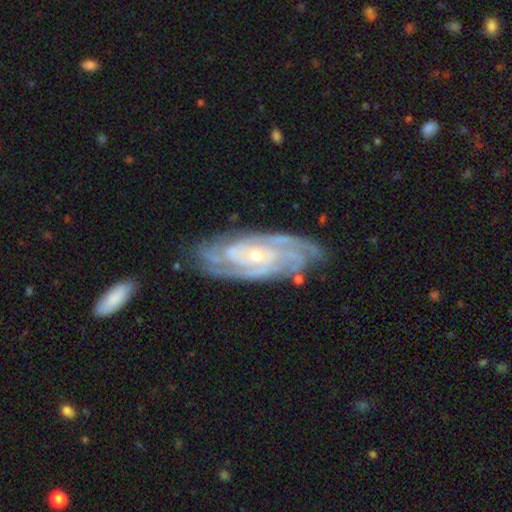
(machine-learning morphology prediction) Smooth or featured? featured or disk (91%)
Edge-on disk? no (94%)
Bar? no (65%)
Spiral arms? yes (98%)
Spiral winding? tight (72%)
Spiral arm count? 3 (28%)
Bulge size? small (69%)
Merging? none (78%)